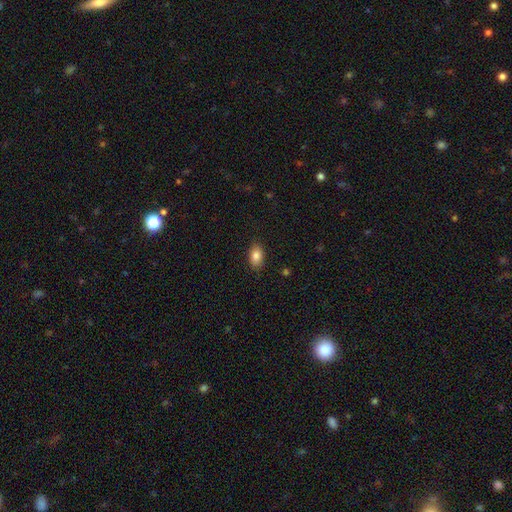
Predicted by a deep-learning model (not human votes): Smooth or featured: smooth — 84% (star or artifact — 8%)
How rounded: in between — 89% (round — 9%)
Merging: none — 87% (minor disturbance — 10%)